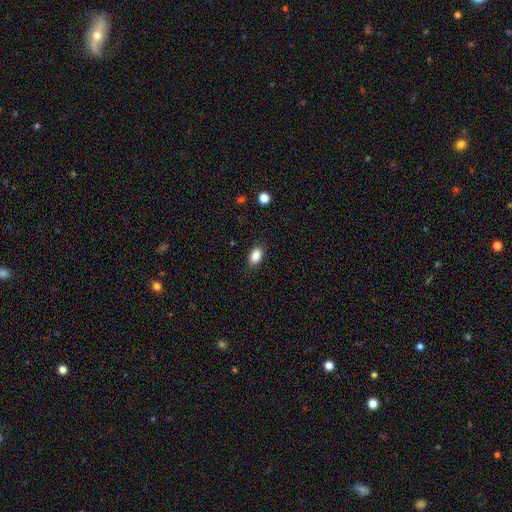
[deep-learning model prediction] smooth-or-featured: smooth: 87% | star or artifact: 9% | featured or disk: 4%
  how-rounded: in between: 86% | round: 12% | cigar-shaped: 2%
  merging: none: 85% | minor disturbance: 11% | major disturbance: 3% | merger: 1%